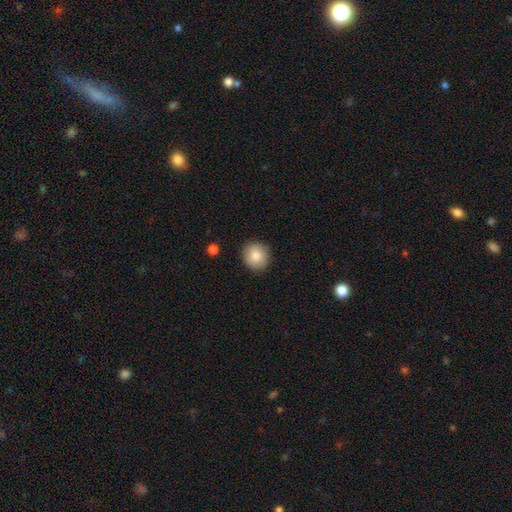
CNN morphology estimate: Smooth or featured?
  - smooth: 85% *
  - star or artifact: 8%
  - featured or disk: 7%
How rounded?
  - round: 88% *
  - in between: 11%
  - cigar-shaped: 1%
Merging?
  - none: 88% *
  - minor disturbance: 9%
  - major disturbance: 2%
  - merger: 1%